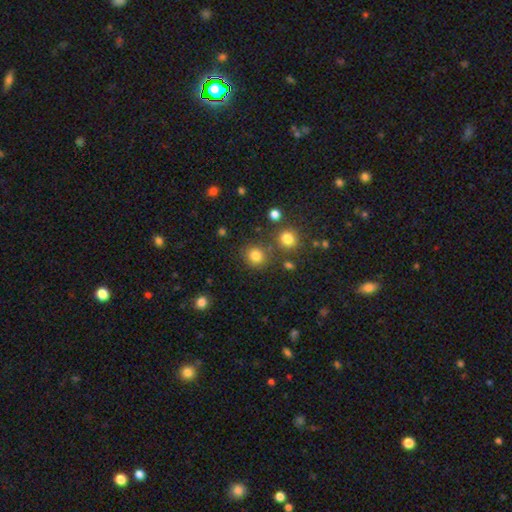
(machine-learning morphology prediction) Q: Smooth or featured?
A: smooth (80%); runner-up: star or artifact (14%)
Q: How rounded?
A: round (90%); runner-up: in between (9%)
Q: Merging?
A: none (80%); runner-up: merger (8%)